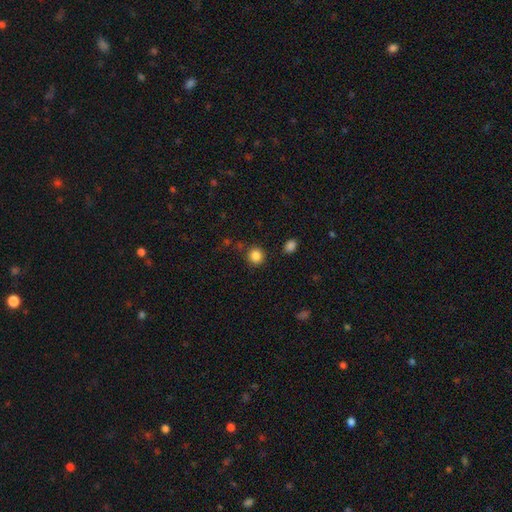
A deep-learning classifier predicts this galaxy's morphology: A smooth galaxy with no disk features (86%) that is round (90%). Merging: none (86%).